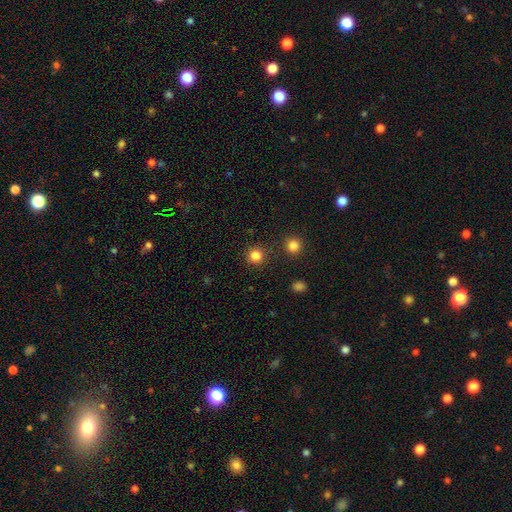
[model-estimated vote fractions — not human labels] A smooth galaxy with no disk features (83%) that is round (93%).

Vote fractions:
- Smooth or featured? smooth: 83% / star or artifact: 13% / featured or disk: 4%
- How rounded? round: 93% / in between: 6% / cigar-shaped: 1%
- Merging? none: 89% / minor disturbance: 6% / merger: 3% / major disturbance: 2%